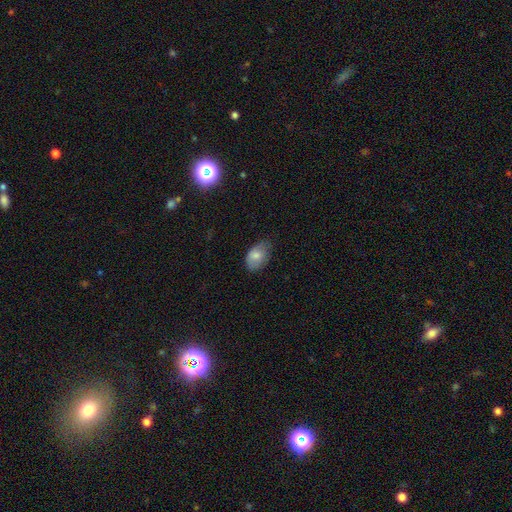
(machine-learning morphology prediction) smooth 78%, featured or disk 15%, star or artifact 7%. Down the decision tree: how rounded — in between (89%); merging — none (61%).